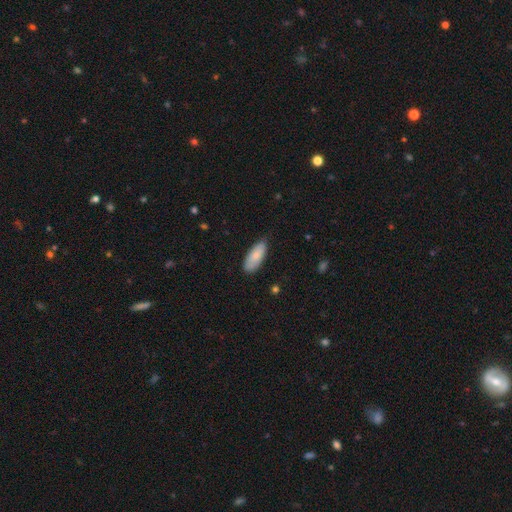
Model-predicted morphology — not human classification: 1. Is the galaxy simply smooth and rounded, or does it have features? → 82% smooth, 12% featured or disk, 6% star or artifact.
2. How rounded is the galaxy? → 81% in between, 17% cigar-shaped, 2% round.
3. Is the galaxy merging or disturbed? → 74% none, 22% minor disturbance, 3% major disturbance, 1% merger.